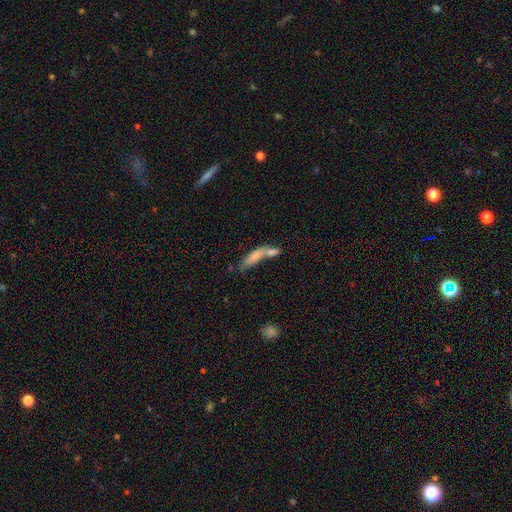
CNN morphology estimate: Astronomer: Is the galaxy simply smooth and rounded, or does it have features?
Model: smooth — 70%.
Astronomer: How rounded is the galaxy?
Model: cigar-shaped — 58% (runner-up: in between, 39%).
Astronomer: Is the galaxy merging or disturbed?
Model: merger — 61%.